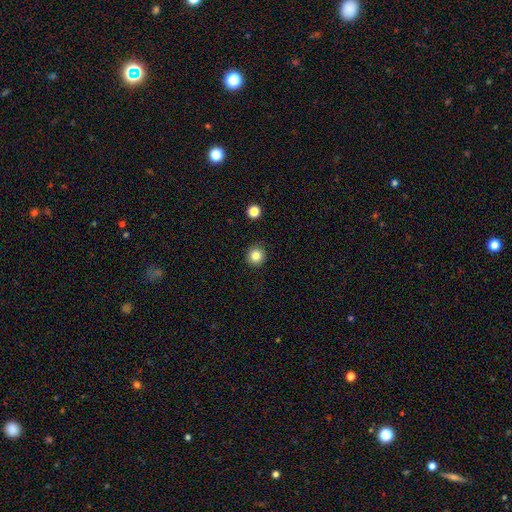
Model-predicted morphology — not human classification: smooth_or_featured: smooth (p=0.84) [alt: star or artifact p=0.11]
how_rounded: round (p=0.93) [alt: in between p=0.06]
merging: none (p=0.91) [alt: minor disturbance p=0.06]